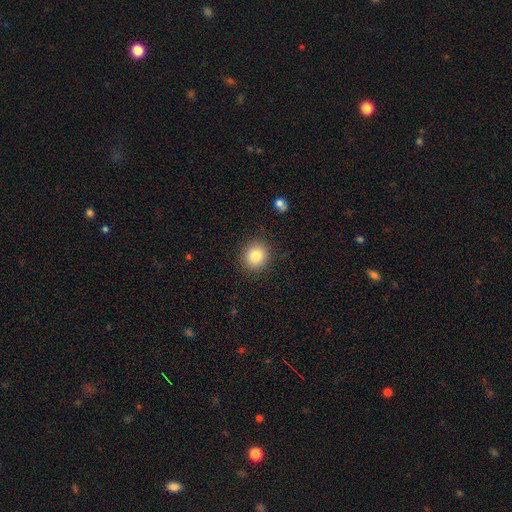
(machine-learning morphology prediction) This appears to be a smooth galaxy with no disk features (83%) that is round (88%). Merging: none (89%).